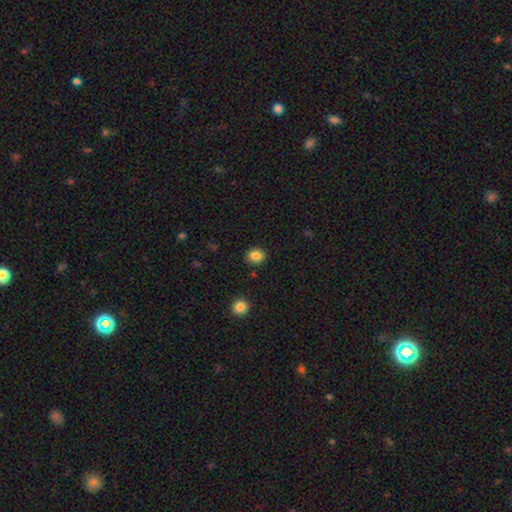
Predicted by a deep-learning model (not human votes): This is clearly a smooth galaxy (85%). How rounded: likely round (67%). Merging: clearly none (89%).